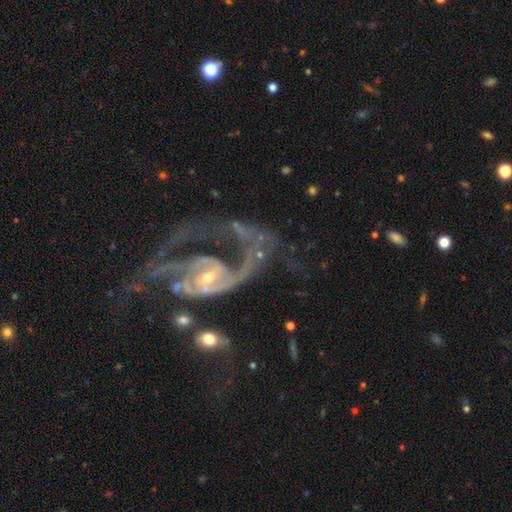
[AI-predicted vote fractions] Overall: featured or disk (88%). Edge-on disk: no (97%). Bar: no (51%; weak 34%). Spiral arms: yes (93%). Spiral arm count: 2 (57%). Spiral winding: medium (44%; loose 35%). Bulge size: small (65%; moderate 29%). Merging: major disturbance (46%; none 26%).